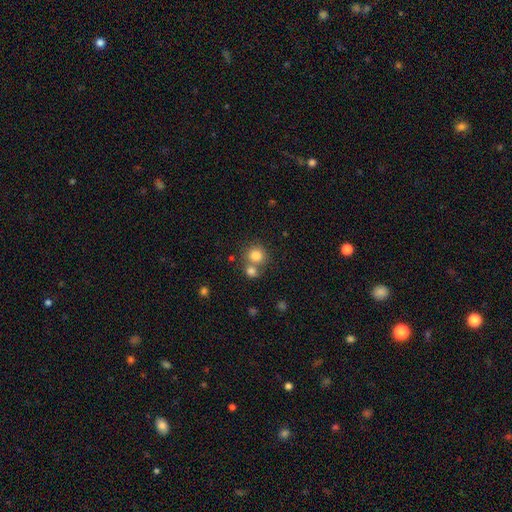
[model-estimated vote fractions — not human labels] smooth_or_featured: smooth (p=0.81) [alt: star or artifact p=0.11]
how_rounded: round (p=0.85) [alt: in between p=0.15]
merging: none (p=0.52) [alt: merger p=0.37]